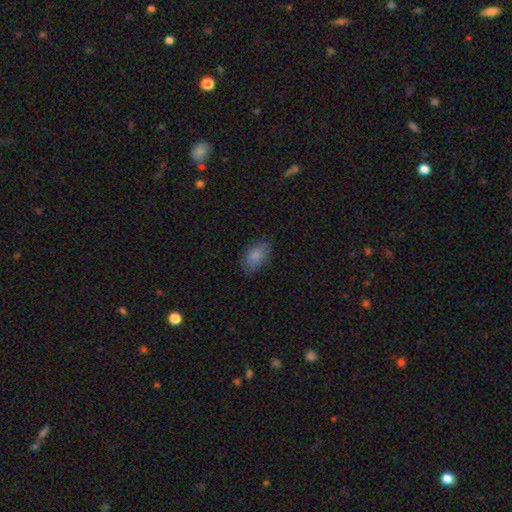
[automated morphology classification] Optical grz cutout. It shows a smooth galaxy with no disk features (84%) that is in between round and cigar-shaped (92%). Merging: none (76%).